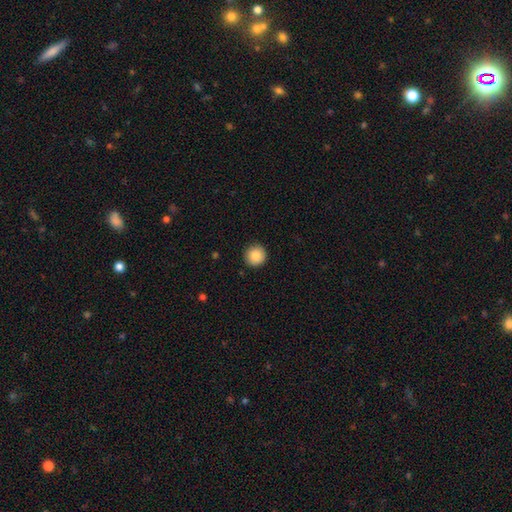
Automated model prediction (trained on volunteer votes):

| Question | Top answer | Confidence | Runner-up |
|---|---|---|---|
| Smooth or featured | smooth | 87% | star or artifact (8%) |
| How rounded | round | 95% | in between (4%) |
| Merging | none | 92% | minor disturbance (6%) |